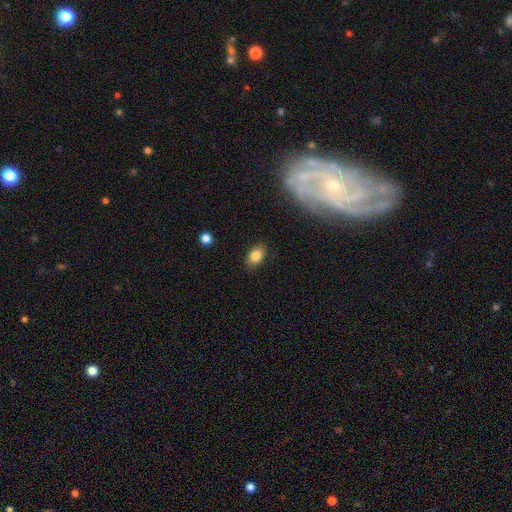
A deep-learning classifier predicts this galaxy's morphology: Q: Smooth or featured?
A: smooth (83%); runner-up: star or artifact (9%)
Q: How rounded?
A: in between (85%); runner-up: round (14%)
Q: Merging?
A: none (85%); runner-up: minor disturbance (11%)